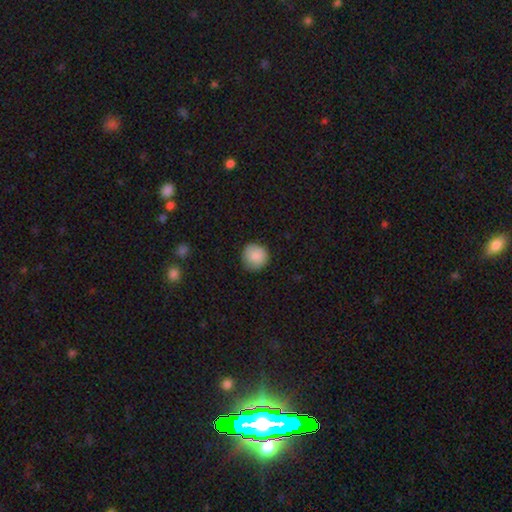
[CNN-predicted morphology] Overall: smooth (86%). How rounded: round (95%). Merging: none (86%).